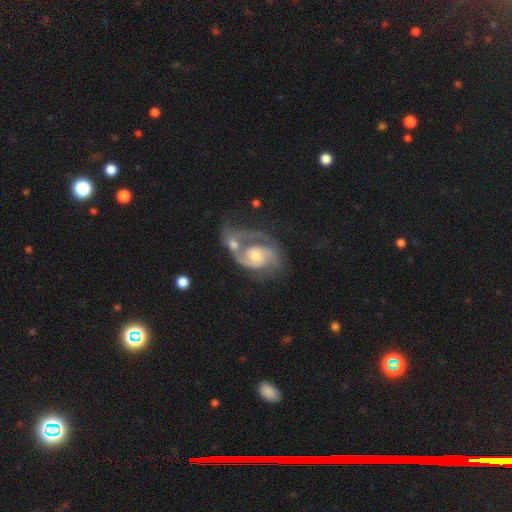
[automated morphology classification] Smooth or featured?
  - featured or disk: 85% *
  - smooth: 10%
  - star or artifact: 5%
Edge-on disk?
  - no: 98% *
  - yes: 2%
Bar?
  - no: 63% *
  - weak: 31%
  - strong: 6%
Spiral arms?
  - yes: 94% *
  - no: 6%
Spiral winding?
  - medium: 48% *
  - tight: 33%
  - loose: 19%
Spiral arm count?
  - 2: 74% *
  - 1: 11%
  - can't tell: 8%
  - 3: 4%
  - 4: 1%
  - more than 4: 1%
Bulge size?
  - moderate: 56% *
  - small: 33%
  - large: 7%
  - none: 3%
  - dominant: 1%
Merging?
  - merger: 47% *
  - none: 24%
  - major disturbance: 17%
  - minor disturbance: 12%